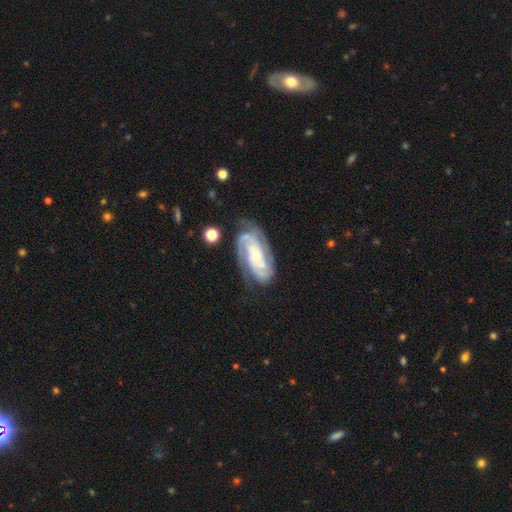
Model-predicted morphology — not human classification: This is clearly a featured or disk galaxy (87%). It is clearly not viewed edge-on (95%). Bar: possibly no (59%). Spiral arm pattern: clearly yes (97%). Spiral arm count: possibly 2 (47%). Spiral winding: likely tight (60%). Central bulge: possibly small (54%). Merging: likely none (69%).